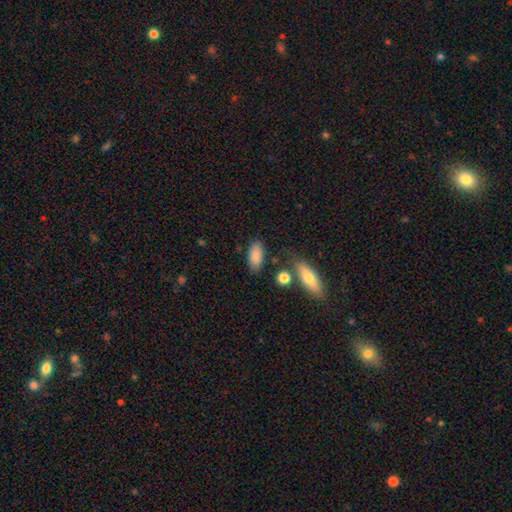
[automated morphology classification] type=smooth (85%); roundness=in between (87%); merging=none (74%).